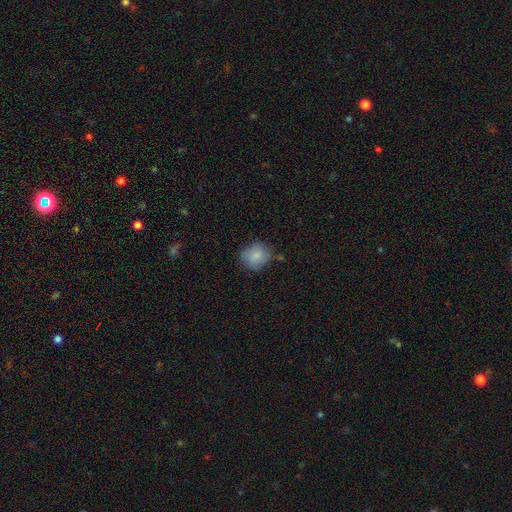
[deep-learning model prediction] A smooth galaxy with no disk features (84%) that is round (78%). Merging: none (73%).